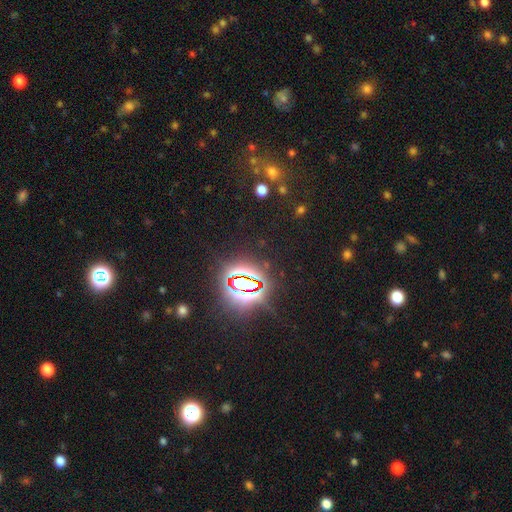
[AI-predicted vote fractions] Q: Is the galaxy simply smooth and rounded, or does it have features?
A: star or artifact — 82%.